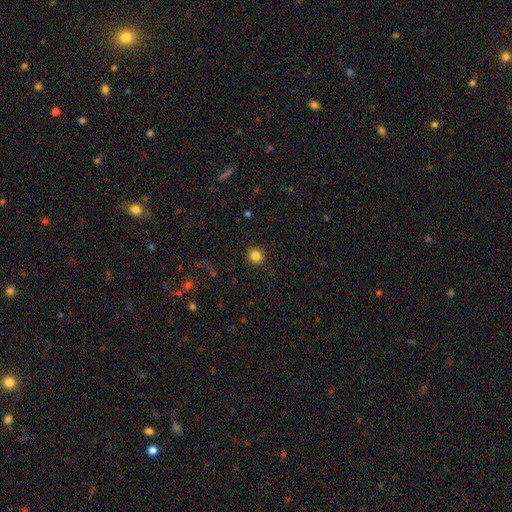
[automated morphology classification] Smooth or featured? smooth (84%)
How rounded? round (76%)
Merging? none (91%)